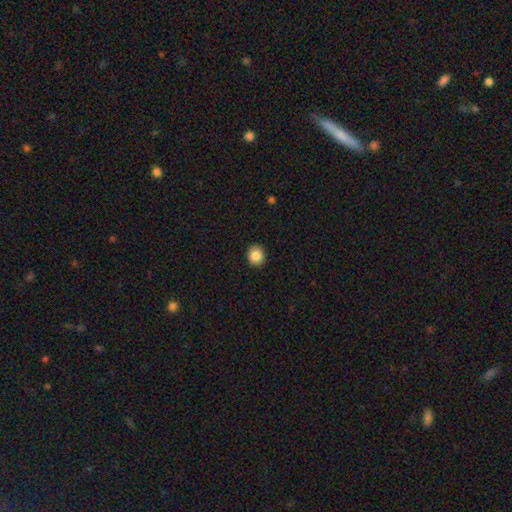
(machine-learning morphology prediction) Smooth or featured? Predicted: smooth (p=0.86). How rounded? Predicted: round (p=0.81). Merging? Predicted: none (p=0.91).